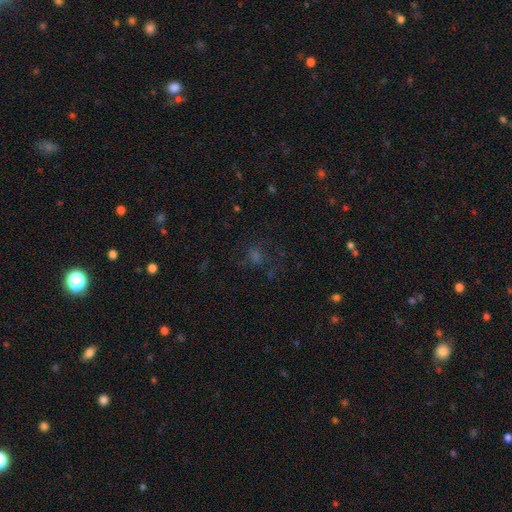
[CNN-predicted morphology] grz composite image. It shows a star or artifact, not a galaxy (42%).